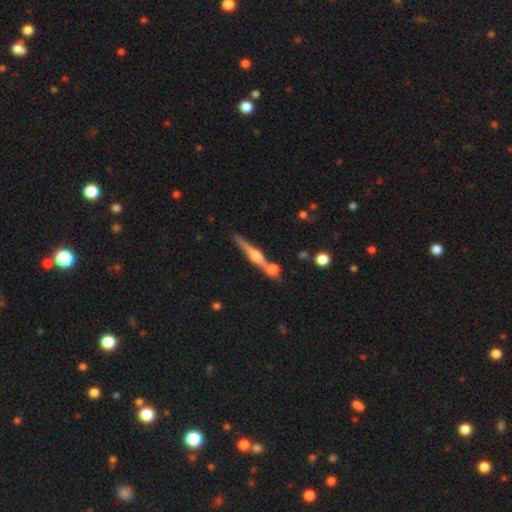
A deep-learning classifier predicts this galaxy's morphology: Smooth or featured?
  - featured or disk: 74% *
  - smooth: 18%
  - star or artifact: 7%
Edge-on disk?
  - yes: 97% *
  - no: 3%
Edge-on bulge?
  - rounded: 89% *
  - boxy: 7%
  - none: 4%
Merging?
  - none: 67% *
  - merger: 21%
  - minor disturbance: 9%
  - major disturbance: 3%